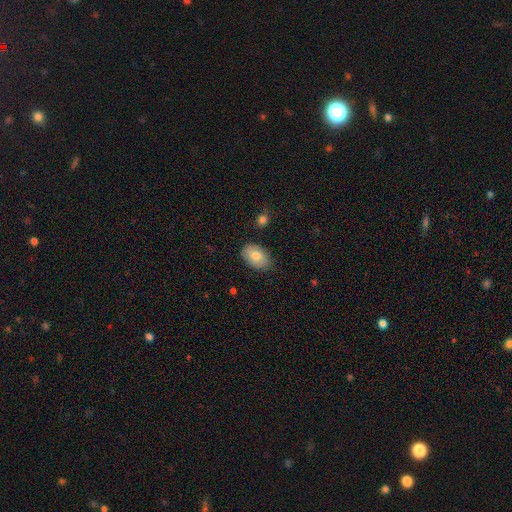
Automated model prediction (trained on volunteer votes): The model was most divided on "smooth or featured": smooth: 77%, featured or disk: 16%, star or artifact: 7%. More confident: how rounded — in between (88%); merging — none (82%).